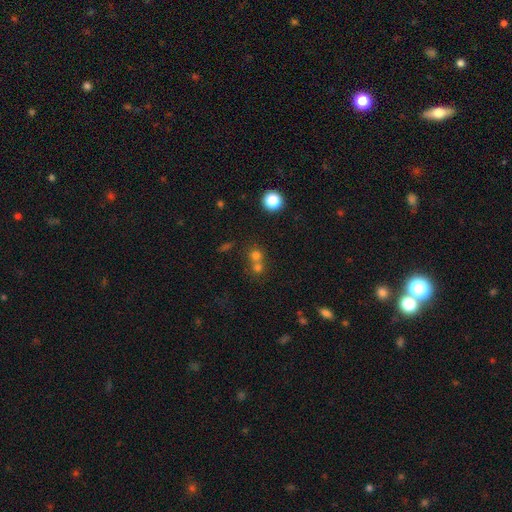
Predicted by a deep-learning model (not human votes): smooth 70%, star or artifact 19%, featured or disk 11%. Down the decision tree: how rounded — round (86%); merging — merger (47%).